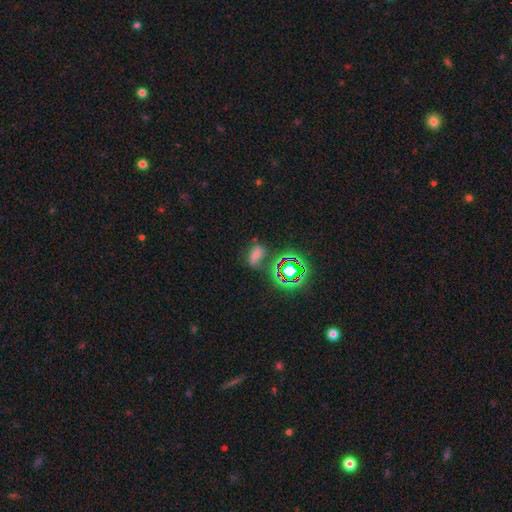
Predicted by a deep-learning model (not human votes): smooth 41%, star or artifact 37%, featured or disk 21%. Down the decision tree: merging — none (51%).